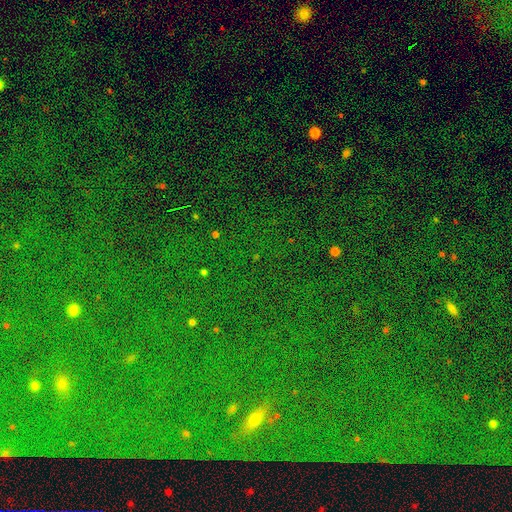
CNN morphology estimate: Smooth or featured? Predicted: star or artifact (p=0.81).